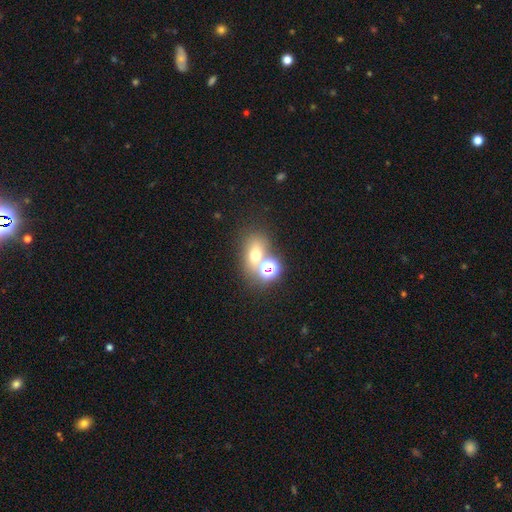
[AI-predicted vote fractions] Smooth or featured: smooth — 59% (star or artifact — 25%)
How rounded: in between — 52% (round — 46%)
Merging: none — 50% (merger — 33%)